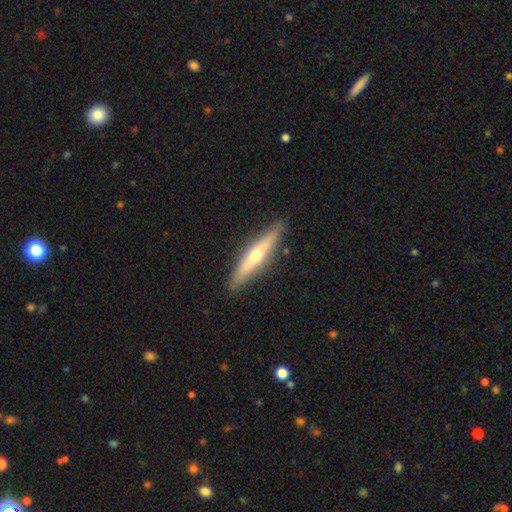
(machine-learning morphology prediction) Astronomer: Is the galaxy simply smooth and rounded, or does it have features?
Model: featured or disk — 63%.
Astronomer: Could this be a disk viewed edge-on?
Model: yes — 93%.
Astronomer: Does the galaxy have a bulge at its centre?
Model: rounded — 87%.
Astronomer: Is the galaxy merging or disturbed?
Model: none — 90%.